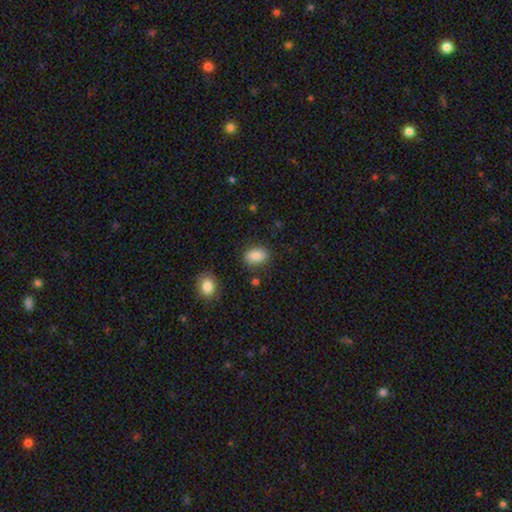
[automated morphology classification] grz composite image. It shows a smooth galaxy with no disk features (84%) that is in between round and cigar-shaped (81%). Merging: none (82%).